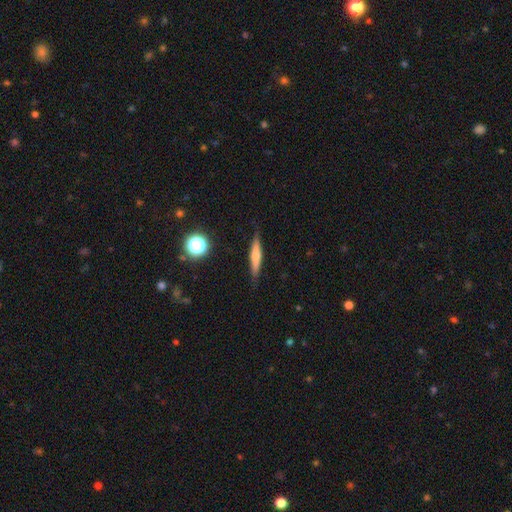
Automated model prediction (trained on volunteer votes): Smooth or featured?
  - smooth: 48% *
  - featured or disk: 44%
  - star or artifact: 8%
Merging?
  - none: 86% *
  - minor disturbance: 11%
  - major disturbance: 2%
  - merger: 1%